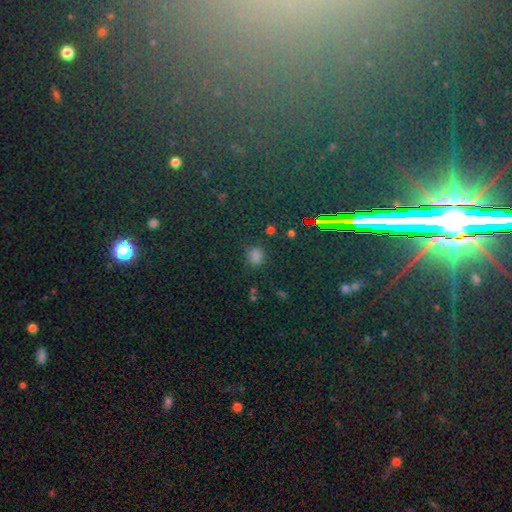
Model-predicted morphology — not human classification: type=smooth (53%); roundness=round (52%); merging=none (74%).